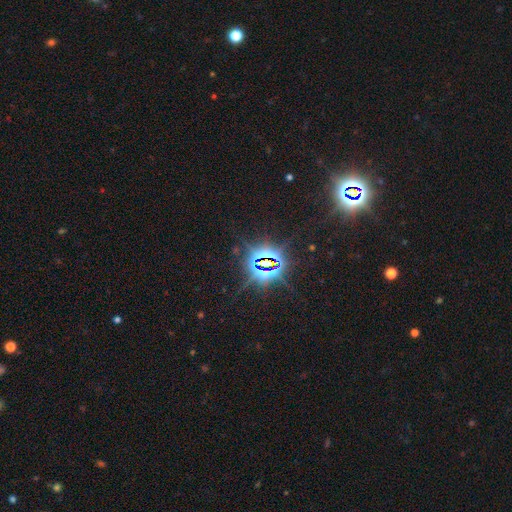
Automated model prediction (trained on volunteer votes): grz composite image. It shows a star or artifact, not a galaxy (85%).